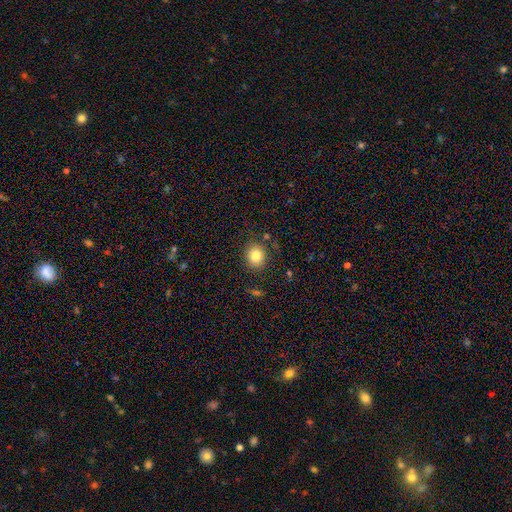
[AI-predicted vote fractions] Overall: smooth (82%). How rounded: round (74%). Merging: none (85%).